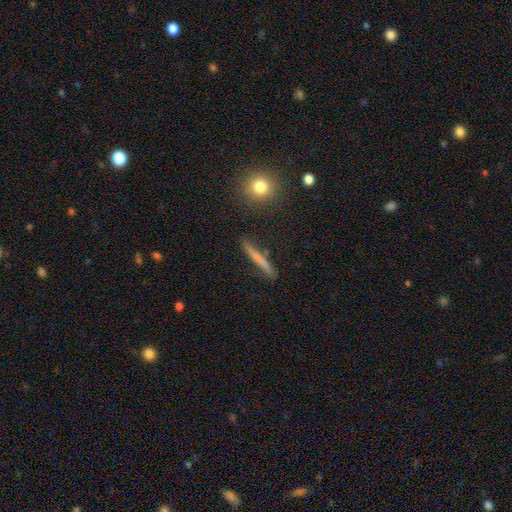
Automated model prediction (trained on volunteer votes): Morphology: type=smooth (61%); roundness=cigar-shaped (95%); merging=none (89%).